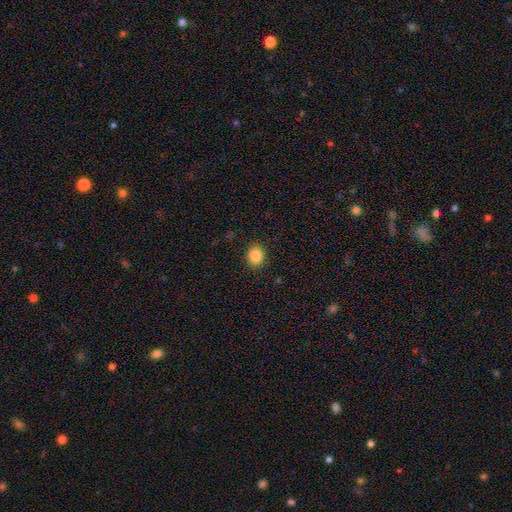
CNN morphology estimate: Smooth or featured?
  - smooth: 86% *
  - star or artifact: 10%
  - featured or disk: 5%
How rounded?
  - round: 62% *
  - in between: 37%
  - cigar-shaped: 1%
Merging?
  - none: 89% *
  - minor disturbance: 8%
  - major disturbance: 2%
  - merger: 1%